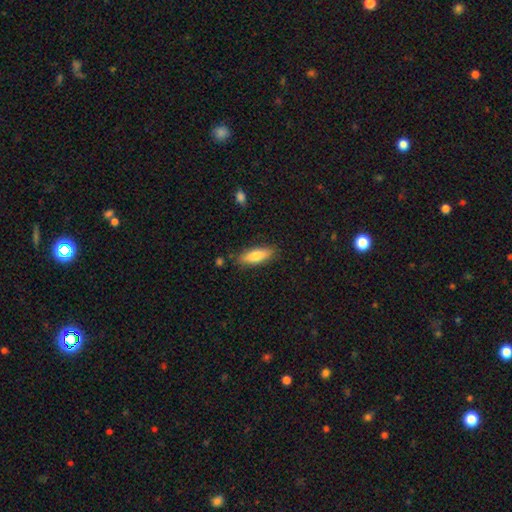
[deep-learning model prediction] Smooth or featured? smooth (77%)
How rounded? in between (59%)
Merging? none (84%)